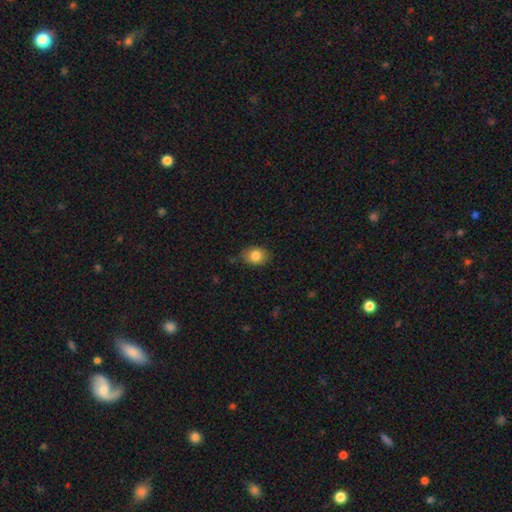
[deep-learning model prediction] Overall: smooth (83%). How rounded: in between (61%; round 38%). Merging: none (77%).